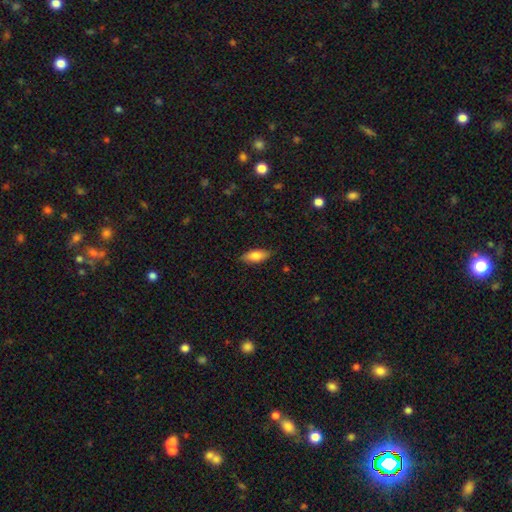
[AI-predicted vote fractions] Smooth or featured? Predicted: smooth (p=0.79). How rounded? Predicted: in between (p=0.79). Merging? Predicted: none (p=0.84).